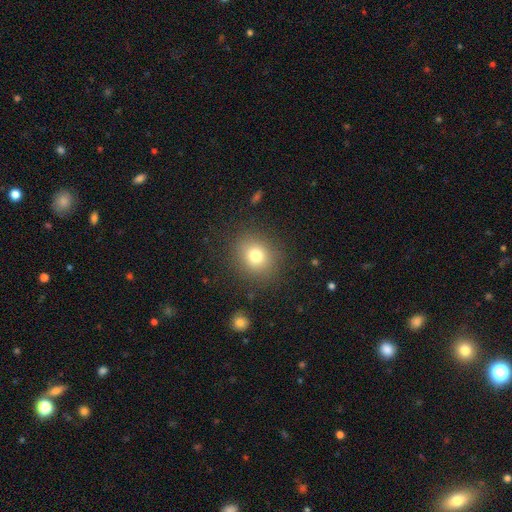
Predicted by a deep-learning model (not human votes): Q: Smooth or featured?
A: smooth (76%); runner-up: star or artifact (14%)
Q: How rounded?
A: round (76%); runner-up: in between (23%)
Q: Merging?
A: none (86%); runner-up: minor disturbance (9%)